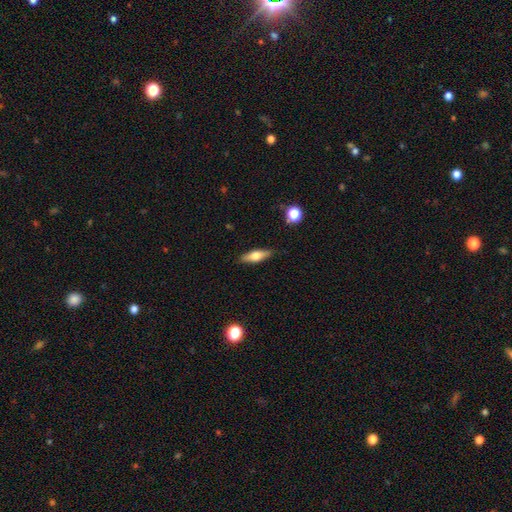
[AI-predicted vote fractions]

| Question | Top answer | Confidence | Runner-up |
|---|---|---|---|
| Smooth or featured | smooth | 57% | featured or disk (36%) |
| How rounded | in between | 51% | cigar-shaped (46%) |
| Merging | none | 87% | minor disturbance (9%) |